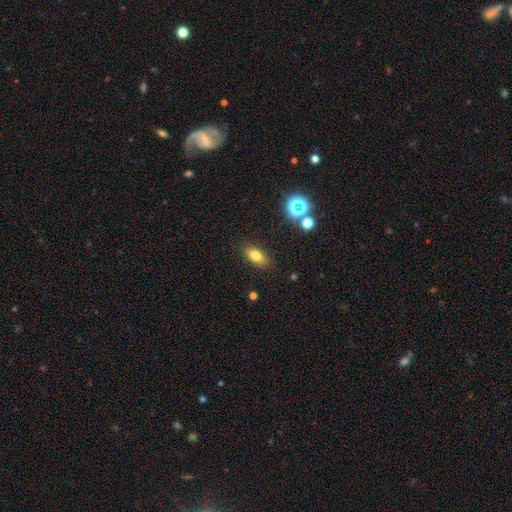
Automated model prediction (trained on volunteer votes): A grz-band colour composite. It shows a smooth galaxy with no disk features (76%) that is in between round and cigar-shaped (83%). Merging: none (85%).